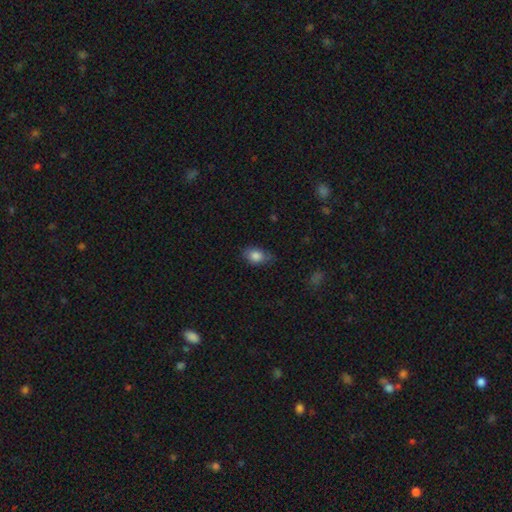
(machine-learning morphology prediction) smooth-or-featured: smooth: 84% | star or artifact: 8% | featured or disk: 8%
  how-rounded: in between: 79% | round: 19% | cigar-shaped: 2%
  merging: none: 68% | minor disturbance: 25% | major disturbance: 5% | merger: 1%